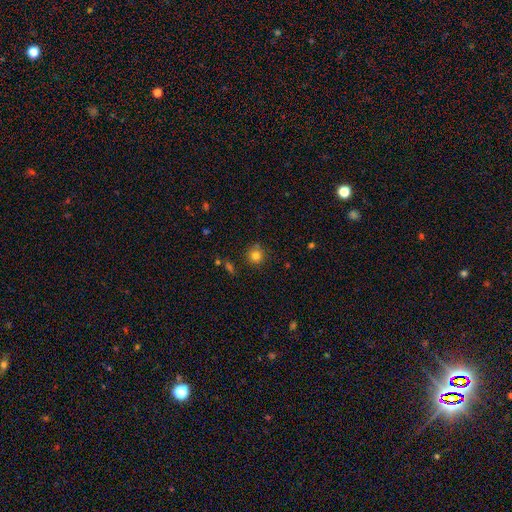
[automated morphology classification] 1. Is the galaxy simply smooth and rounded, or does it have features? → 80% smooth, 13% star or artifact, 7% featured or disk.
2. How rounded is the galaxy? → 93% round, 6% in between, 1% cigar-shaped.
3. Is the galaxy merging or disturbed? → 83% none, 10% minor disturbance, 4% merger, 3% major disturbance.